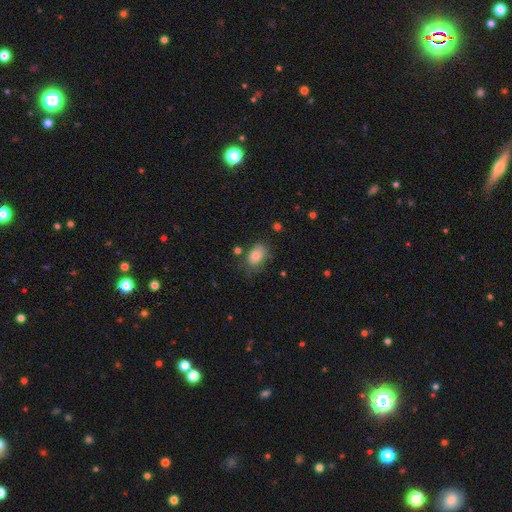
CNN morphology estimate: smooth 78%, featured or disk 13%, star or artifact 9%. Down the decision tree: how rounded — in between (79%); merging — none (60%).